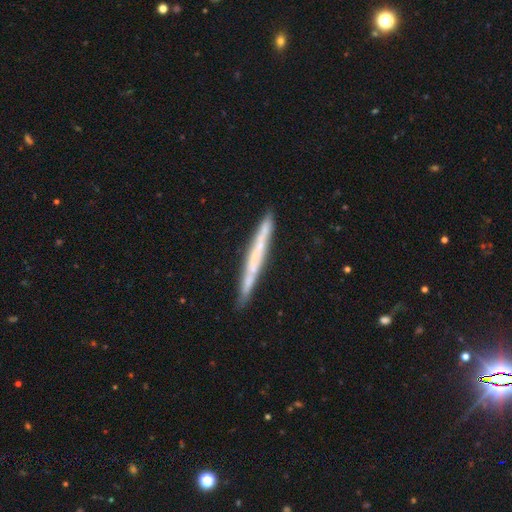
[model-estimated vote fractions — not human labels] smooth_or_featured: featured or disk (p=0.56) [alt: smooth p=0.38]
disk_edge_on: yes (p=0.95) [alt: no p=0.05]
edge_on_bulge: none (p=0.83) [alt: rounded p=0.11]
merging: none (p=0.87) [alt: minor disturbance p=0.10]